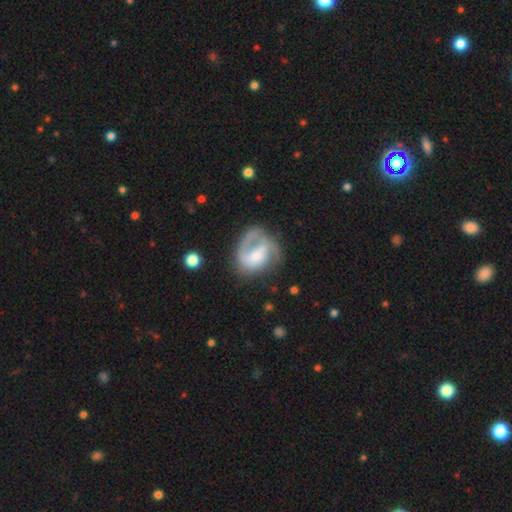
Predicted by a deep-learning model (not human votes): Smooth or featured?
  - featured or disk: 68% *
  - smooth: 25%
  - star or artifact: 7%
Edge-on disk?
  - no: 98% *
  - yes: 2%
Bar?
  - no: 47% *
  - weak: 40%
  - strong: 12%
Spiral arms?
  - yes: 82% *
  - no: 18%
Spiral winding?
  - medium: 44% *
  - loose: 28%
  - tight: 28%
Spiral arm count?
  - 1: 44% *
  - 2: 36%
  - can't tell: 13%
  - 3: 5%
  - 4: 1%
  - more than 4: 1%
Bulge size?
  - moderate: 38% * (tied)
  - small: 38% * (tied)
  - none: 11%
  - large: 11%
  - dominant: 2%
Merging?
  - none: 45% *
  - major disturbance: 29%
  - minor disturbance: 21%
  - merger: 4%